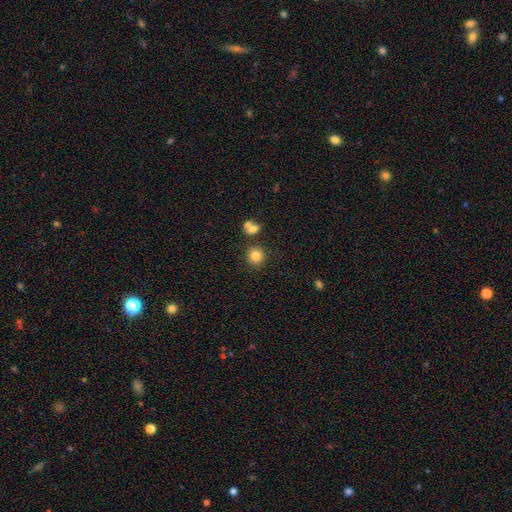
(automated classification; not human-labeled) Smooth or featured? smooth (81%)
How rounded? round (89%)
Merging? none (78%)